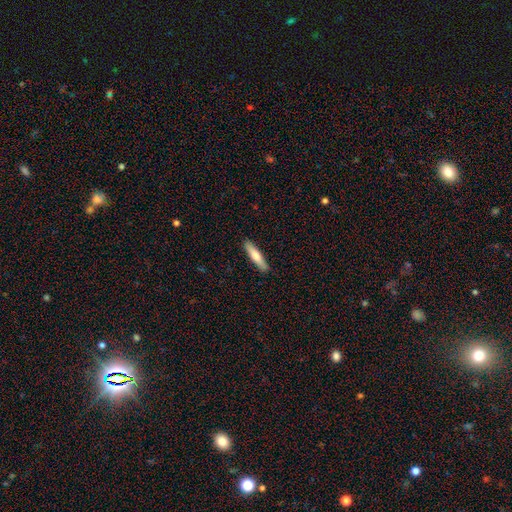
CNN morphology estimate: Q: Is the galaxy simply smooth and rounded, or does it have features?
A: smooth — 68%.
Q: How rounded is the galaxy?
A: cigar-shaped — 85%.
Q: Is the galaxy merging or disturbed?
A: none — 89%.